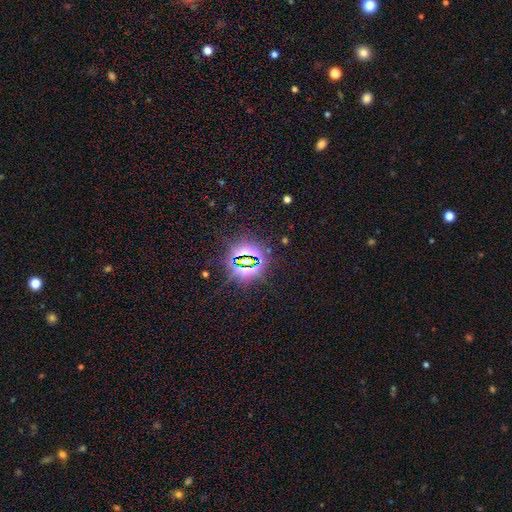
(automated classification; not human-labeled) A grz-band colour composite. It shows a star or artifact, not a galaxy (82%).